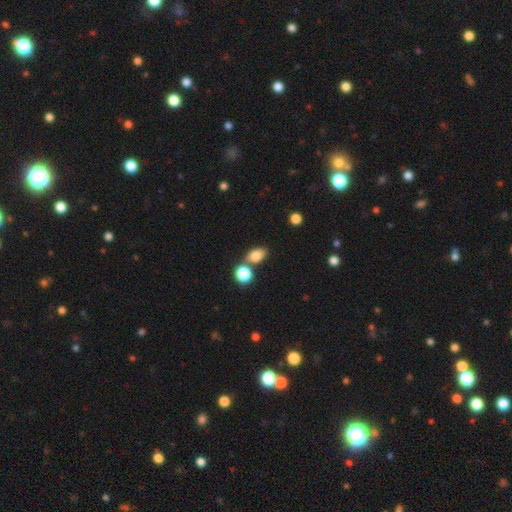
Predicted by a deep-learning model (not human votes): smooth 82%, star or artifact 10%, featured or disk 8%. Down the decision tree: how rounded — in between (79%); merging — none (60%).